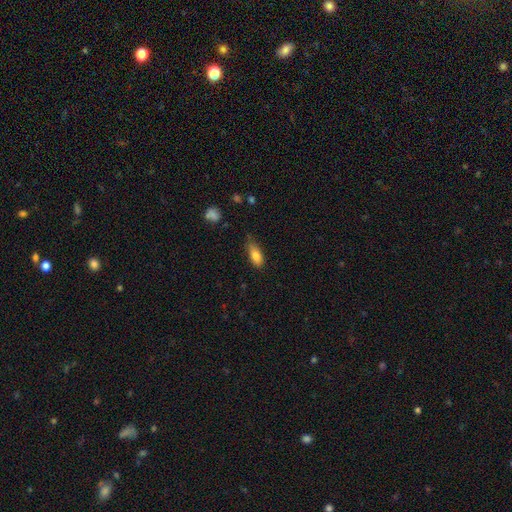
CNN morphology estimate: smooth_or_featured: smooth (p=0.81) [alt: featured or disk p=0.11]
how_rounded: in between (p=0.82) [alt: cigar-shaped p=0.14]
merging: none (p=0.59) [alt: minor disturbance p=0.32]